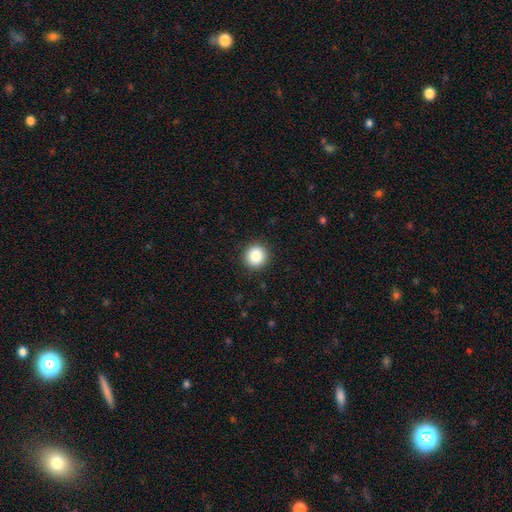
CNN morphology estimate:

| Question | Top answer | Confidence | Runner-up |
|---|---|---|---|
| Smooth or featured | smooth | 87% | star or artifact (9%) |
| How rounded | round | 92% | in between (7%) |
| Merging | none | 92% | minor disturbance (5%) |